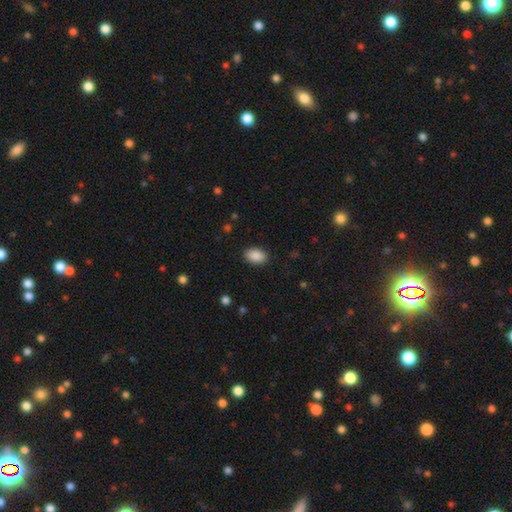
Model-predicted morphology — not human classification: This is clearly a smooth galaxy (90%). How rounded: clearly in between (89%). Merging: clearly none (89%).